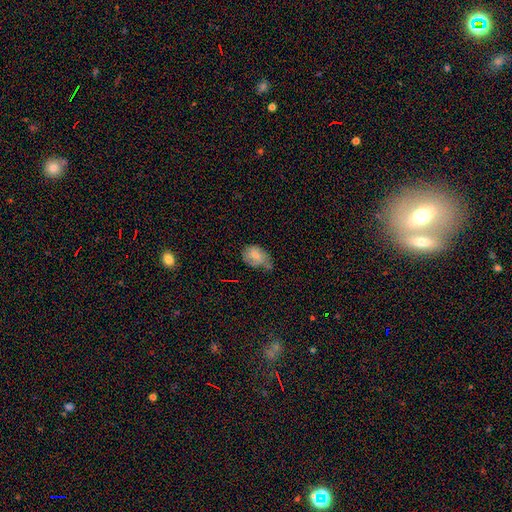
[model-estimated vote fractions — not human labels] Smooth or featured? smooth (71%)
How rounded? in between (80%)
Merging? minor disturbance (45%)